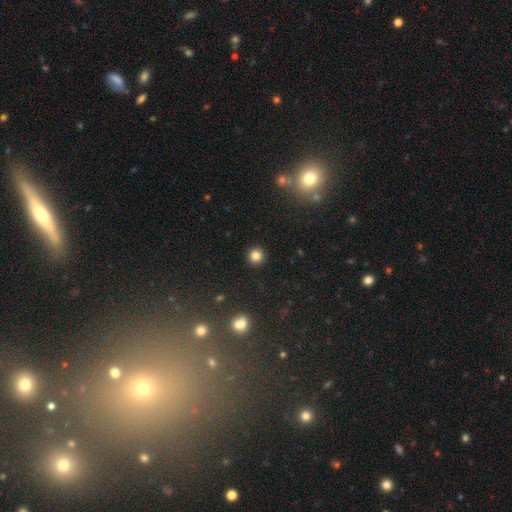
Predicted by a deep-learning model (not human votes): Smooth or featured?
  - smooth: 82% *
  - star or artifact: 13%
  - featured or disk: 5%
How rounded?
  - round: 94% *
  - in between: 5%
  - cigar-shaped: 1%
Merging?
  - none: 93% *
  - minor disturbance: 4%
  - major disturbance: 2%
  - merger: 1%